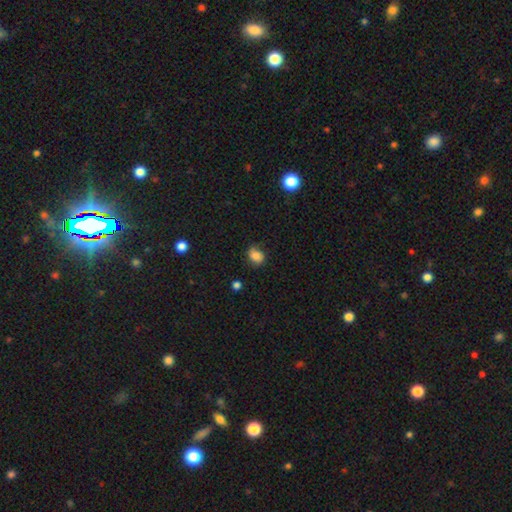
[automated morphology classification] Smooth or featured?
  - smooth: 77% *
  - featured or disk: 12%
  - star or artifact: 11%
How rounded?
  - in between: 50% *
  - round: 49%
  - cigar-shaped: 1%
Merging?
  - none: 60% *
  - minor disturbance: 29%
  - major disturbance: 9%
  - merger: 2%